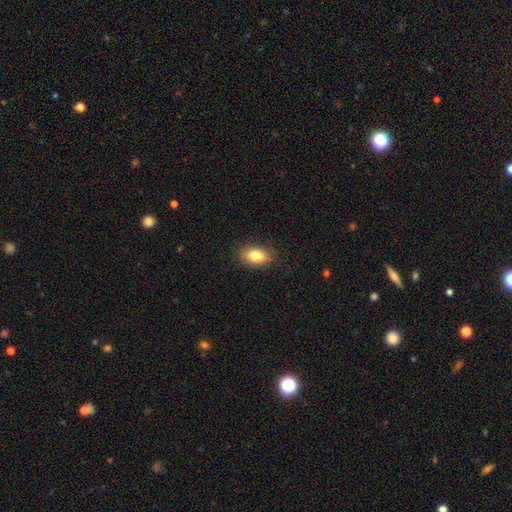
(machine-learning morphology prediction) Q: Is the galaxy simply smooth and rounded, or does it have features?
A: smooth — 82%.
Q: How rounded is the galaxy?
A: in between — 86%.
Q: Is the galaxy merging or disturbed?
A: none — 84%.